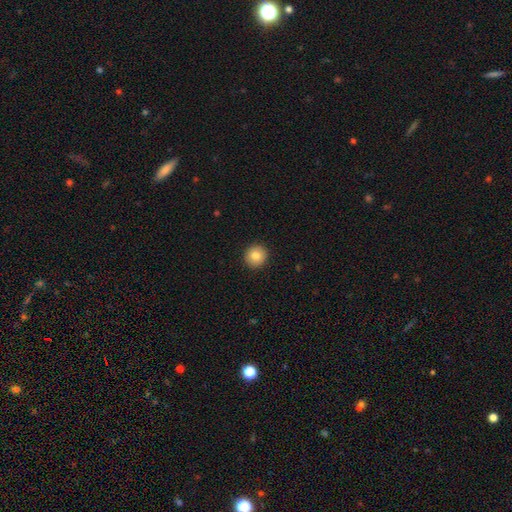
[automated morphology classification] type=smooth (83%); roundness=round (94%); merging=none (93%).